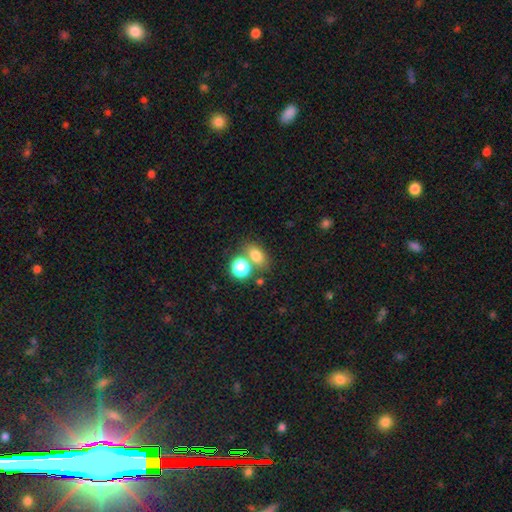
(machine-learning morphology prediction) A smooth galaxy with no disk features (76%) that is in between round and cigar-shaped (63%). Merging: none (56%).